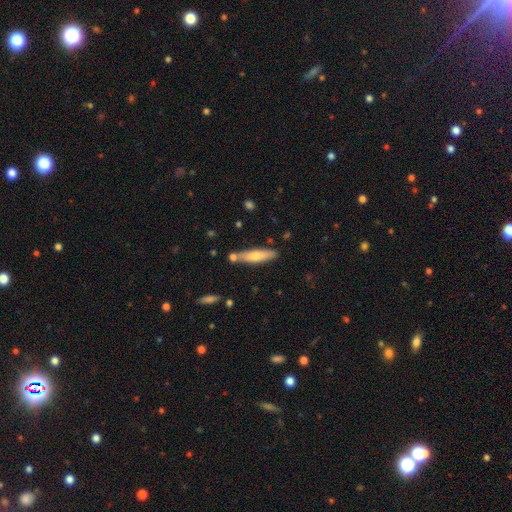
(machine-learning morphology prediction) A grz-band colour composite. It shows a smooth galaxy with no disk features (61%) that is cigar-shaped (77%). Merging: none (76%).